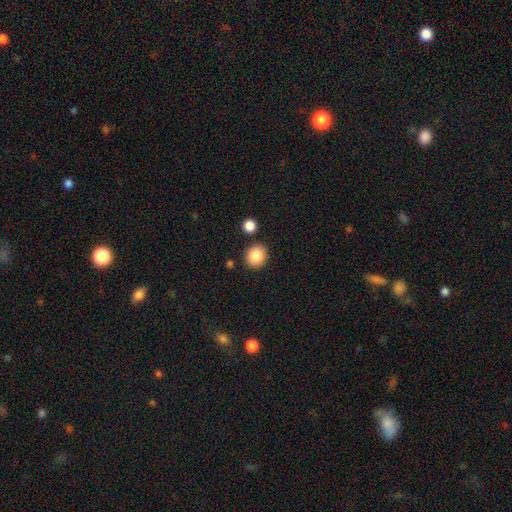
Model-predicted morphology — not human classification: This appears to be a smooth galaxy with no disk features (87%) that is round (72%). Merging: none (85%).